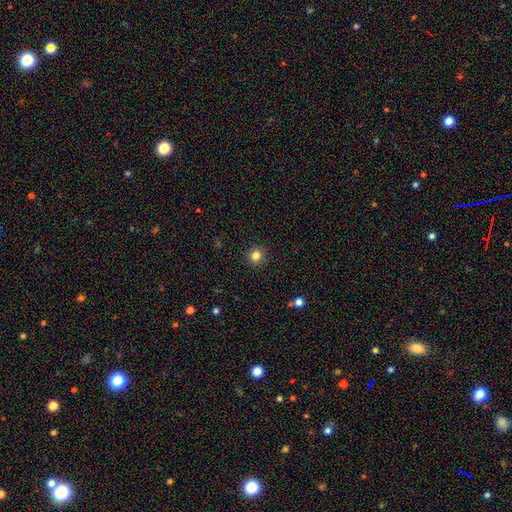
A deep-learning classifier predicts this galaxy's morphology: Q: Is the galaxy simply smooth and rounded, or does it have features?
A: smooth — 82%.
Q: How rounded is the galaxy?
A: round — 91%.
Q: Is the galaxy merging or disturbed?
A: none — 91%.